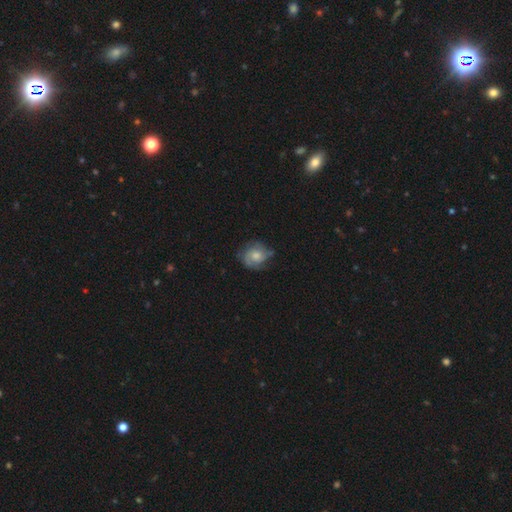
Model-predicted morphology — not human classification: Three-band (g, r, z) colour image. It shows a featured or disk galaxy (53%) with no bar (77%), spiral arms (82%) and a moderate central bulge (56%). Merging: none (63%).